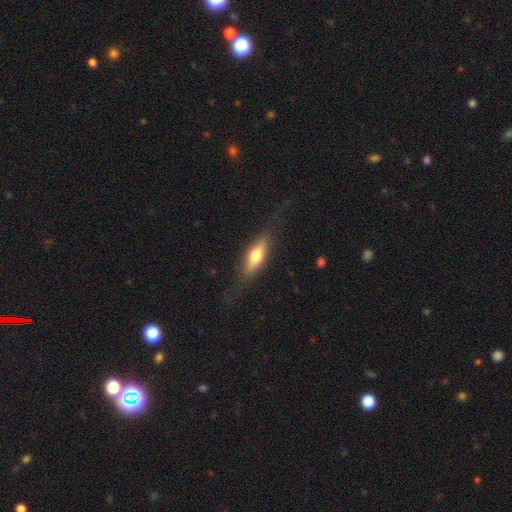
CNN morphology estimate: This appears to be a smooth galaxy with no disk features (55%) that is in between round and cigar-shaped (50%). Merging: none (78%).